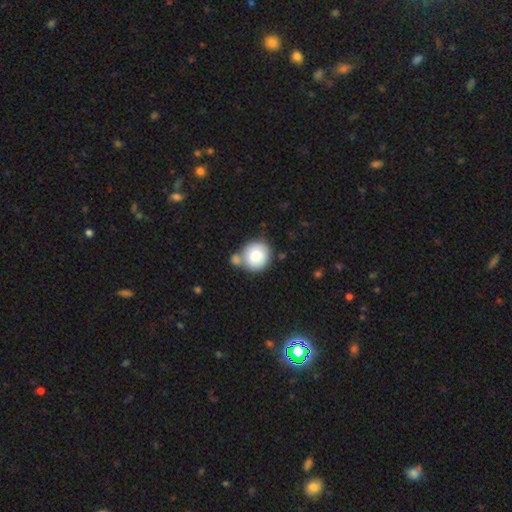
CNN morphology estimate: This is likely a smooth galaxy (79%). How rounded: clearly round (85%). Merging: possibly none (52%).